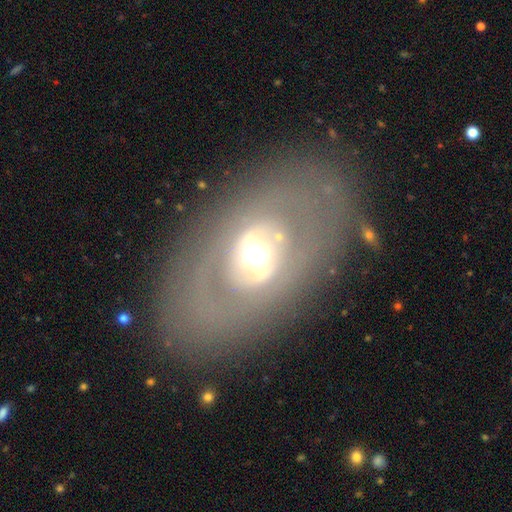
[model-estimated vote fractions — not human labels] The model was most divided on "smooth or featured": featured or disk: 63%, smooth: 29%, star or artifact: 8%. More confident: edge-on disk — no (88%); spiral arms — no (84%); merging — none (79%); bar — no (63%); bulge size — moderate (59%).